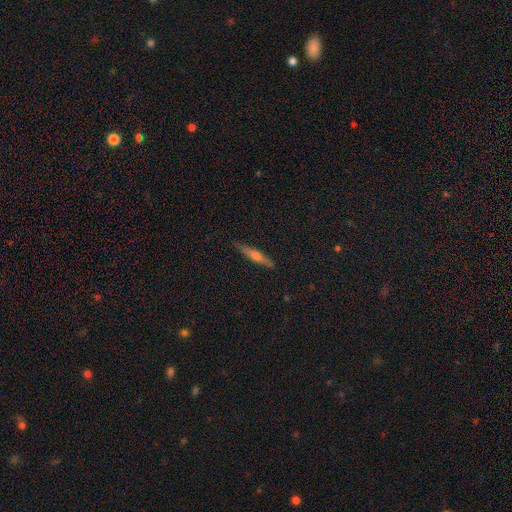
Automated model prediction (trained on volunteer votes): smooth-or-featured: featured or disk: 58% | smooth: 35% | star or artifact: 7%
  disk-edge-on: yes: 95% | no: 5%
    edge-on-bulge: rounded: 81% | none: 13% | boxy: 6%
  merging: none: 89% | minor disturbance: 9% | major disturbance: 2% | merger: 1%